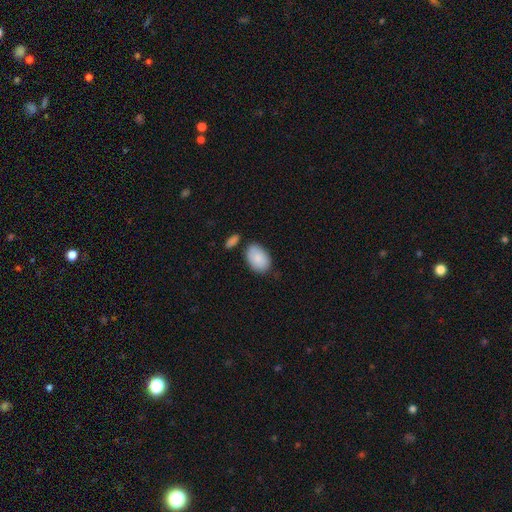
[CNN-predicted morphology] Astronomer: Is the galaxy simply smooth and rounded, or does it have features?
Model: smooth — 88%.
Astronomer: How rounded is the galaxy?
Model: in between — 91%.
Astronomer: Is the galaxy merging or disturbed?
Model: none — 75%.